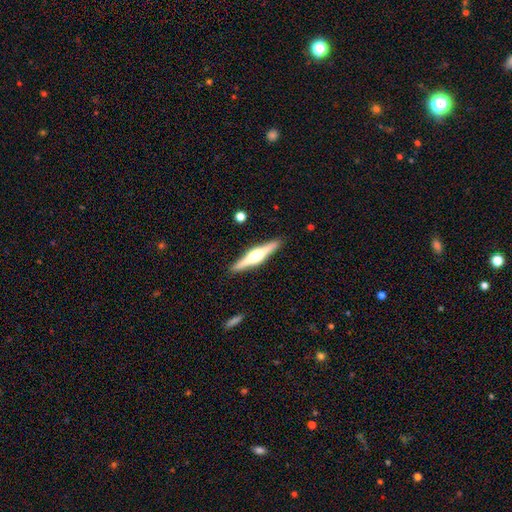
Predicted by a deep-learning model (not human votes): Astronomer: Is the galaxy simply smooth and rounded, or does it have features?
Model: featured or disk — 78%.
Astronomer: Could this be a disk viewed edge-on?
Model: yes — 98%.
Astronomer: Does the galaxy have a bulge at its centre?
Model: rounded — 94%.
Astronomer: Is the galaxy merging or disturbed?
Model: none — 91%.